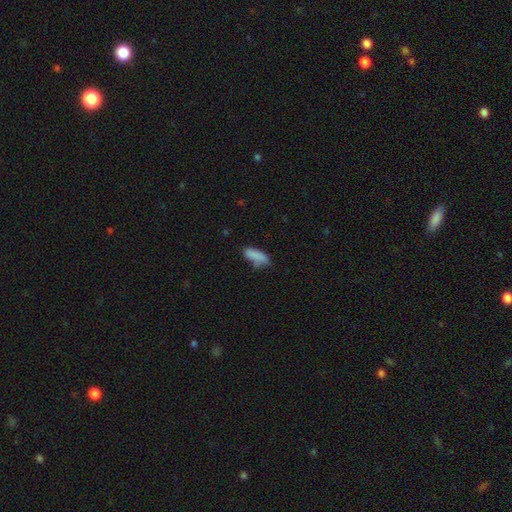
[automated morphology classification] Smooth or featured?
  - smooth: 84% *
  - star or artifact: 8%
  - featured or disk: 8%
How rounded?
  - in between: 66% *
  - cigar-shaped: 32%
  - round: 2%
Merging?
  - none: 54% *
  - minor disturbance: 31%
  - major disturbance: 10%
  - merger: 6%